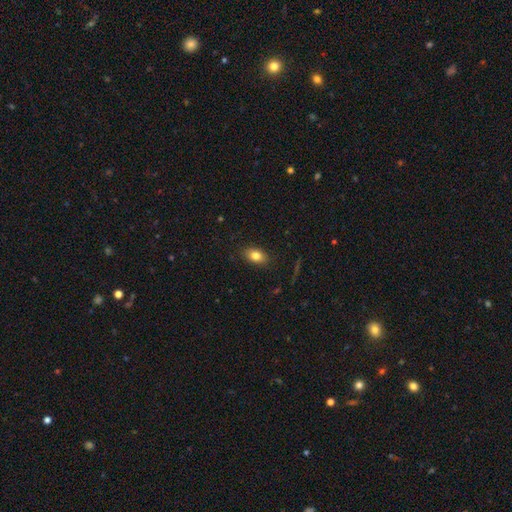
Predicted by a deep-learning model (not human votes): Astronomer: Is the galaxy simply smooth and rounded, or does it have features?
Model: smooth — 81%.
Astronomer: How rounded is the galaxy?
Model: in between — 83%.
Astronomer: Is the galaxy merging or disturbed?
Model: none — 86%.